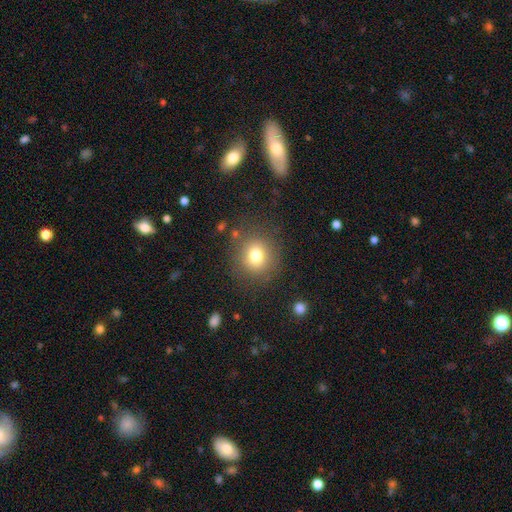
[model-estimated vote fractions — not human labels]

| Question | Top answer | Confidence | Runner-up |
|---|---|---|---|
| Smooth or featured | smooth | 76% | star or artifact (14%) |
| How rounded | round | 85% | in between (14%) |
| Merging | none | 83% | minor disturbance (10%) |